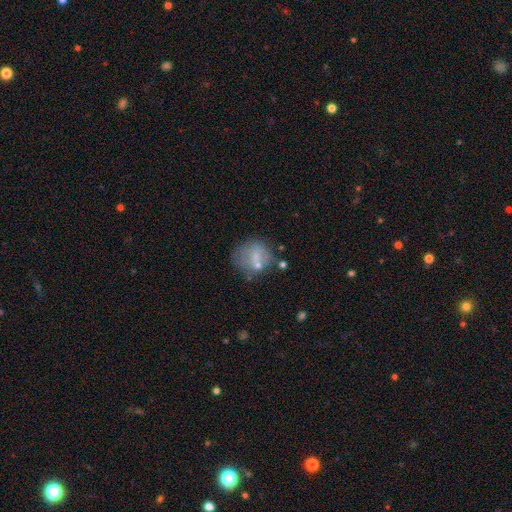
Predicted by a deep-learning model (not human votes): A smooth galaxy with no disk features (59%) that is round (72%).

Vote fractions:
- Smooth or featured? smooth: 59% / featured or disk: 28% / star or artifact: 13%
- How rounded? round: 72% / in between: 26% / cigar-shaped: 1%
- Merging? none: 50% / minor disturbance: 21% / major disturbance: 15% / merger: 13%